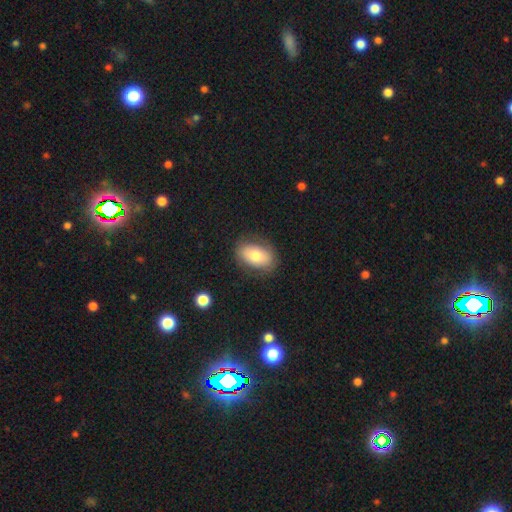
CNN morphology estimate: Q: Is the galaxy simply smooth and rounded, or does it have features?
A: smooth — 75%.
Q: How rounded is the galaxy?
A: in between — 89%.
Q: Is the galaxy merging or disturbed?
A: none — 81%.